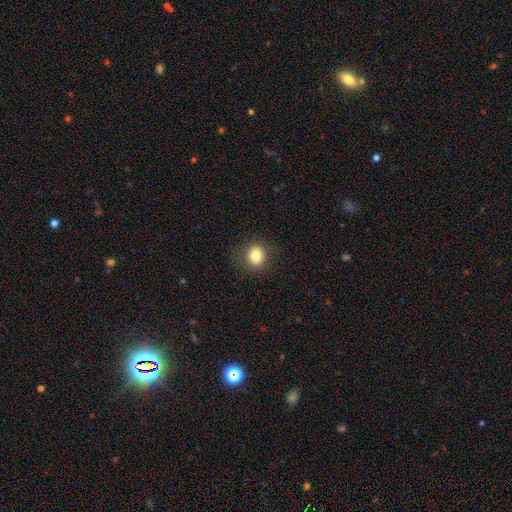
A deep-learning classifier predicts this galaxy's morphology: smooth 81%, star or artifact 11%, featured or disk 8%. Down the decision tree: how rounded — round (73%); merging — none (87%).